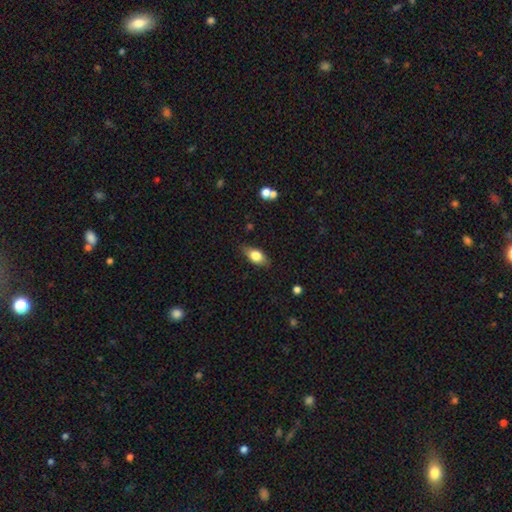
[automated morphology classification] Smooth or featured? smooth (74%)
How rounded? in between (83%)
Merging? none (81%)